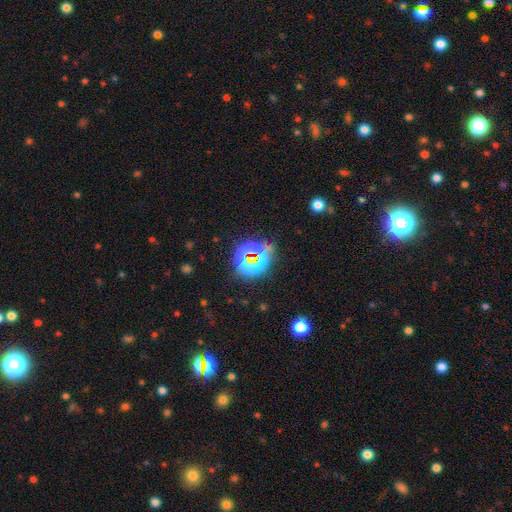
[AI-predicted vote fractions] Smooth or featured? star or artifact (73%)